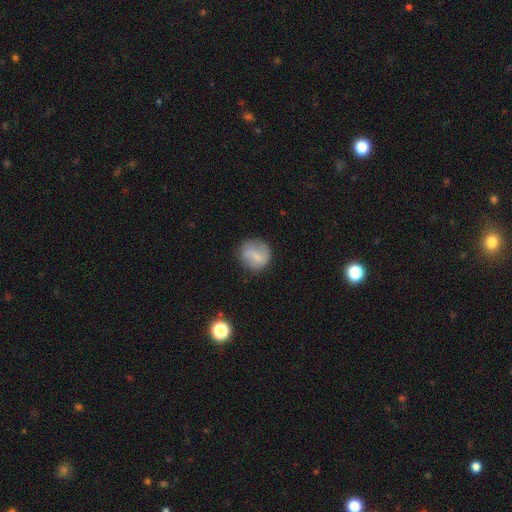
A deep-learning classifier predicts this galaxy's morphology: A smooth galaxy with no disk features (61%) that is round (84%). Merging: none (73%).